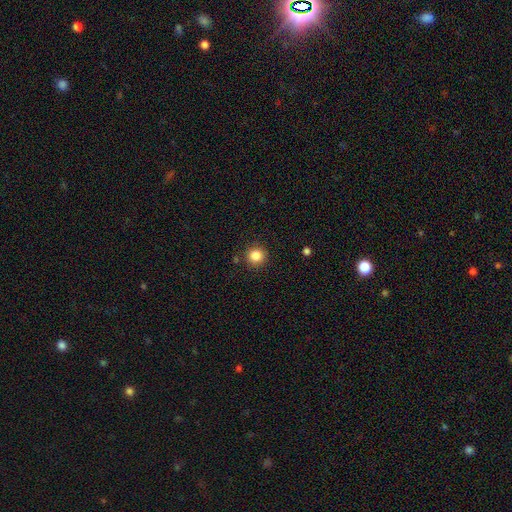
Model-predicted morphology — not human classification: A smooth galaxy with no disk features (85%) that is round (93%).

Vote fractions:
- Smooth or featured? smooth: 85% / star or artifact: 11% / featured or disk: 4%
- How rounded? round: 93% / in between: 6% / cigar-shaped: 1%
- Merging? none: 89% / minor disturbance: 7% / major disturbance: 2% / merger: 2%